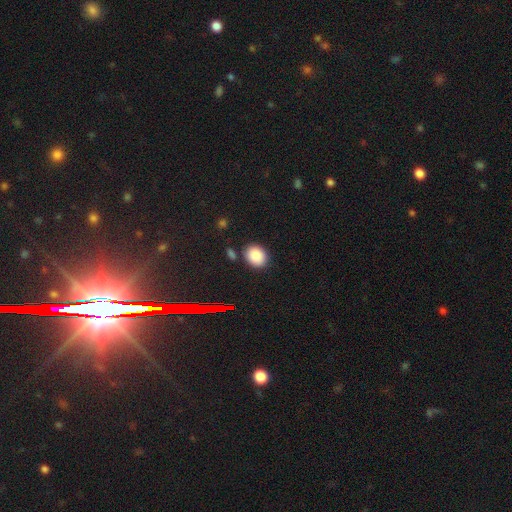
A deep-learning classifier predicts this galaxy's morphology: Smooth or featured: smooth — 86% (star or artifact — 10%)
How rounded: in between — 50% (round — 49%)
Merging: none — 82% (minor disturbance — 11%)